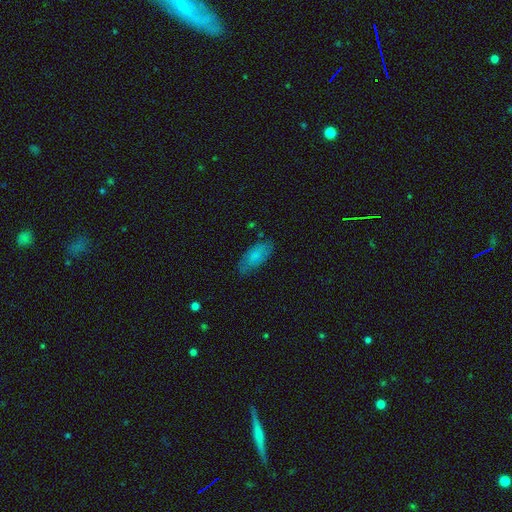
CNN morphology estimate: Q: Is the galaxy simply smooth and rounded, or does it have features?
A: smooth — 76%.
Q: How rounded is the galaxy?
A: in between — 87%.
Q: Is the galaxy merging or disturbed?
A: none — 74%.